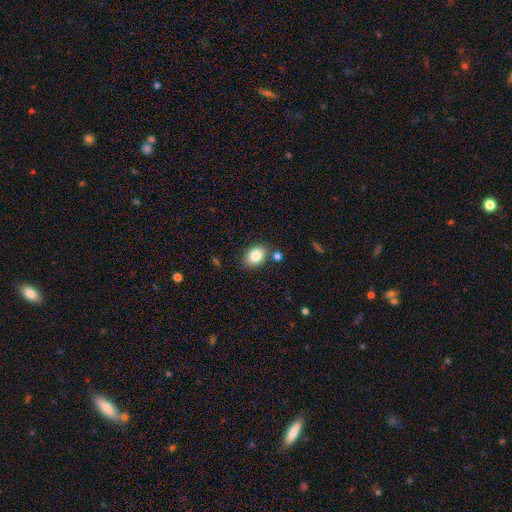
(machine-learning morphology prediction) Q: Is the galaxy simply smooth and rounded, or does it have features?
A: smooth — 85%.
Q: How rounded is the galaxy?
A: in between — 75%.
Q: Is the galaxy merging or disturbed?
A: none — 79%.